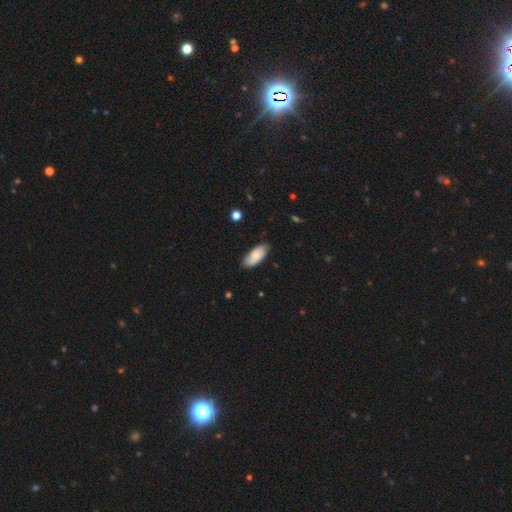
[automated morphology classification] This is likely a smooth galaxy (70%). How rounded: clearly in between (85%). Merging: likely none (79%).